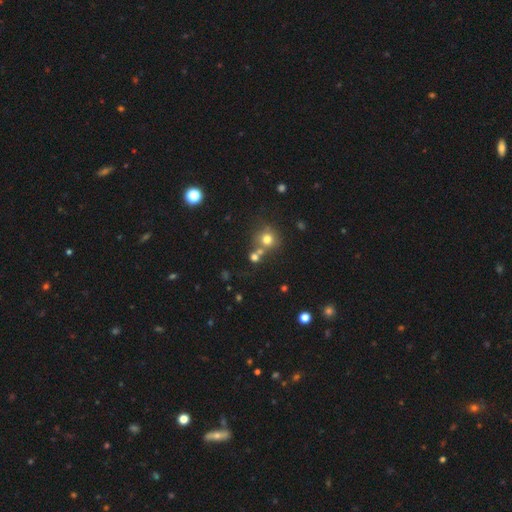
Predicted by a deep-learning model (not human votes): A smooth galaxy with no disk features (63%) that is round (87%). Merging: none (59%).